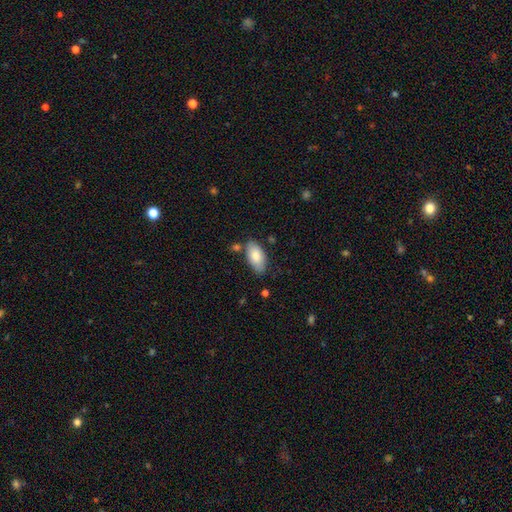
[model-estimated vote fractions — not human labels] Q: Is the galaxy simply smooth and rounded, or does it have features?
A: smooth — 82%.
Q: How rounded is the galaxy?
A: in between — 93%.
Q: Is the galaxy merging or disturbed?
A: none — 74%.